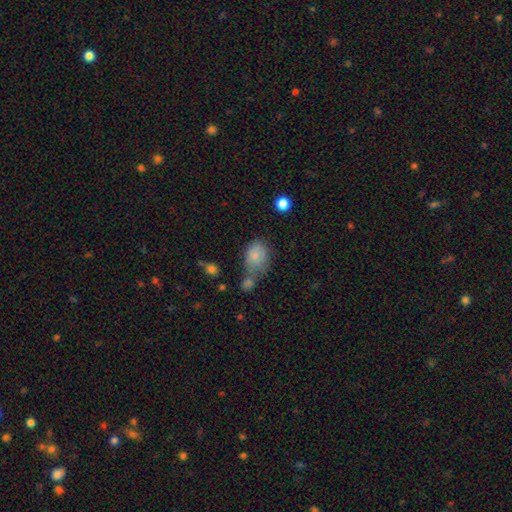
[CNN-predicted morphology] Smooth or featured: smooth — 81% (featured or disk — 10%)
How rounded: in between — 70% (round — 28%)
Merging: none — 42% (merger — 29%)